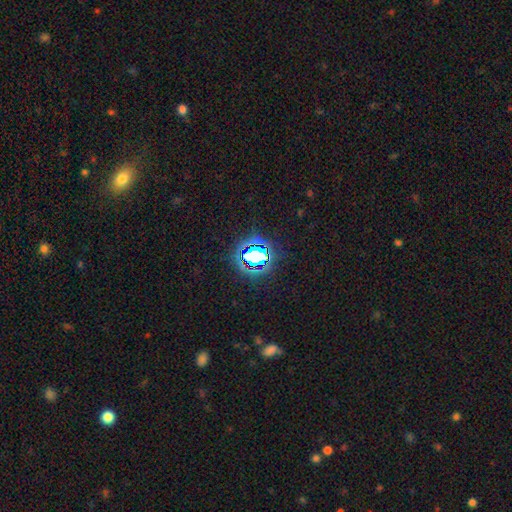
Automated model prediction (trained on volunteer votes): Smooth or featured?
  - star or artifact: 70% *
  - smooth: 19%
  - featured or disk: 11%